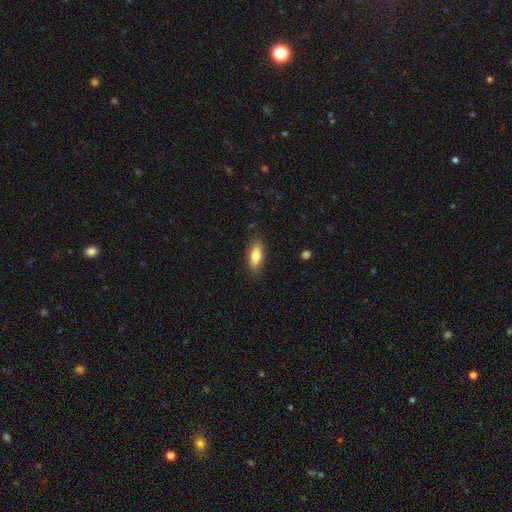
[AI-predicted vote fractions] A smooth galaxy with no disk features (78%) that is in between round and cigar-shaped (75%). Merging: none (83%).